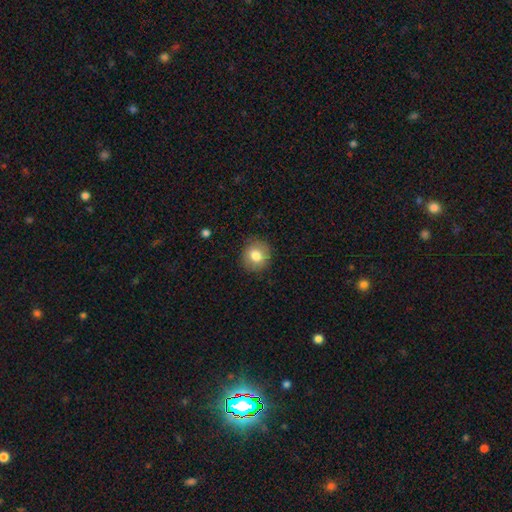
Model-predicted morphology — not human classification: A smooth galaxy with no disk features (78%) that is round (84%).

Vote fractions:
- Smooth or featured? smooth: 78% / featured or disk: 13% / star or artifact: 9%
- How rounded? round: 84% / in between: 15% / cigar-shaped: 1%
- Merging? none: 86% / minor disturbance: 10% / major disturbance: 3% / merger: 1%